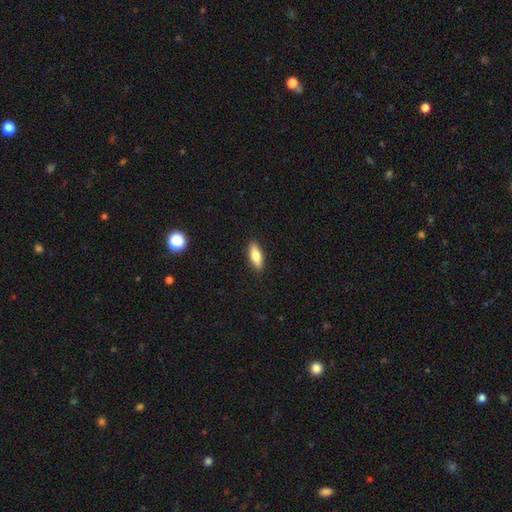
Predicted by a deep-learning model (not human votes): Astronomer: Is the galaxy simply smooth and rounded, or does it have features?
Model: smooth — 75%.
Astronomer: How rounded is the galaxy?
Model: in between — 66%.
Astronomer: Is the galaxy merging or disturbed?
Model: none — 90%.